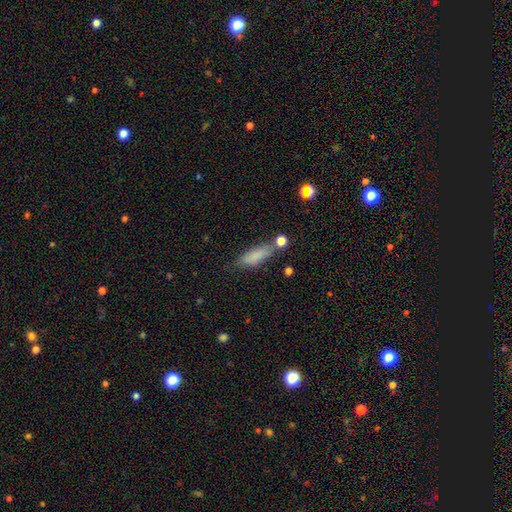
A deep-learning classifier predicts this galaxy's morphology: A smooth galaxy with no disk features (81%) that is cigar-shaped (49%). Merging: none (66%).